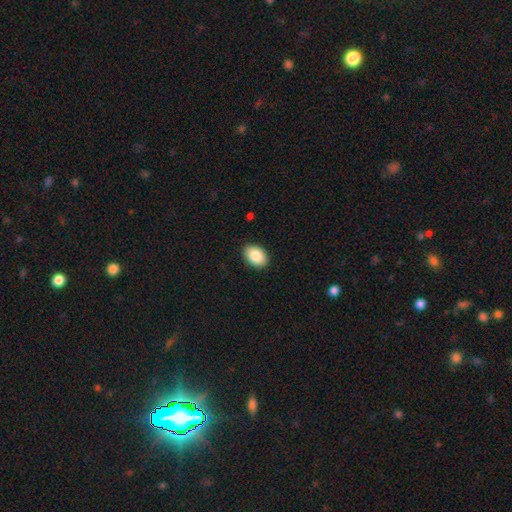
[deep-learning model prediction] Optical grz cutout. It shows a smooth galaxy with no disk features (87%) that is in between round and cigar-shaped (85%). Merging: none (90%).